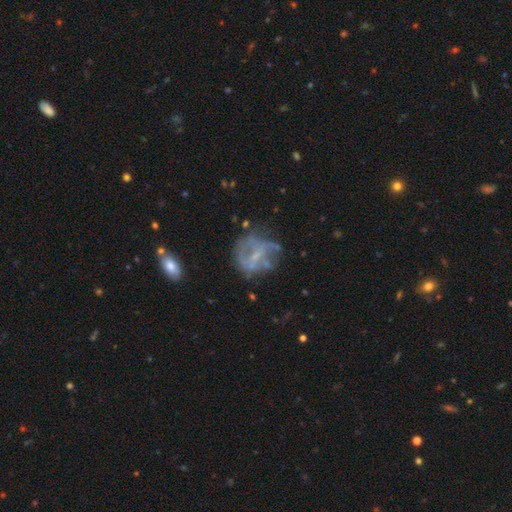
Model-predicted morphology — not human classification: Q: Smooth or featured?
A: featured or disk (61%); runner-up: smooth (26%)
Q: Edge-on disk?
A: no (96%); runner-up: yes (4%)
Q: Bar?
A: no (45%); runner-up: weak (40%)
Q: Spiral arms?
A: no (61%); runner-up: yes (39%)
Q: Bulge size?
A: small (46%); runner-up: none (35%)
Q: Merging?
A: none (49%); runner-up: major disturbance (23%)